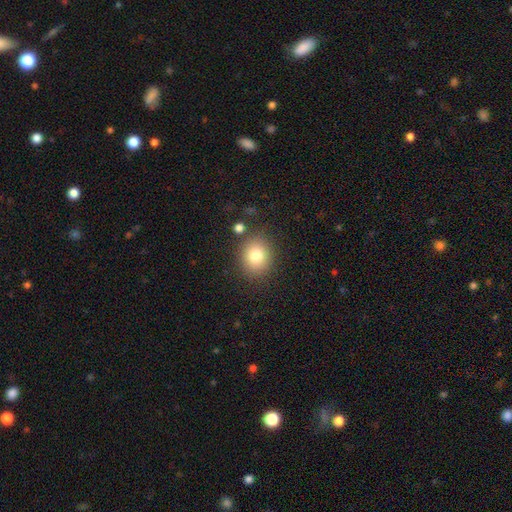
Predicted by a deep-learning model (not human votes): This appears to be a smooth galaxy with no disk features (80%) that is round (72%). Merging: none (83%).